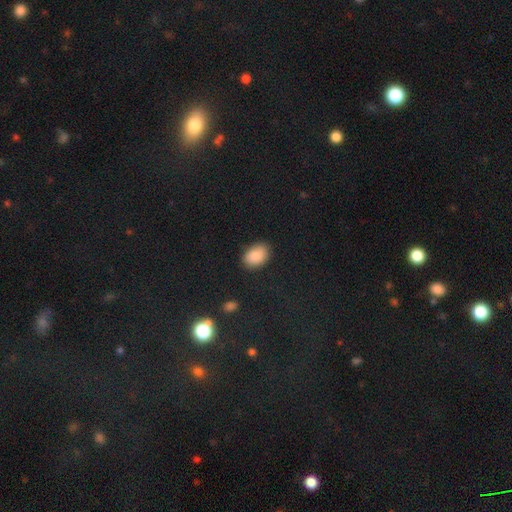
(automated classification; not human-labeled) This appears to be a smooth galaxy with no disk features (87%) that is in between round and cigar-shaped (80%). Merging: none (84%).